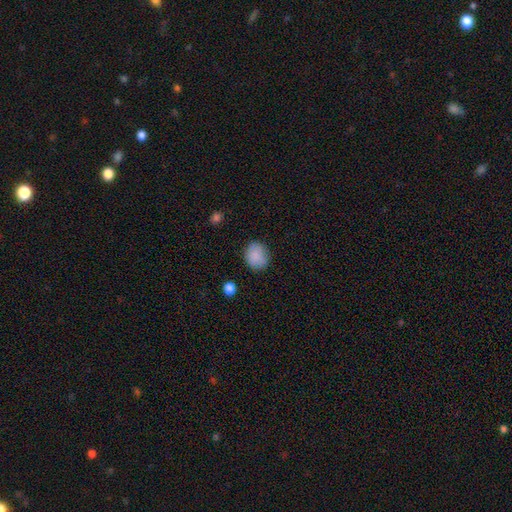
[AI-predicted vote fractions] This is clearly a smooth galaxy (87%). How rounded: possibly round (58%). Merging: likely none (79%).